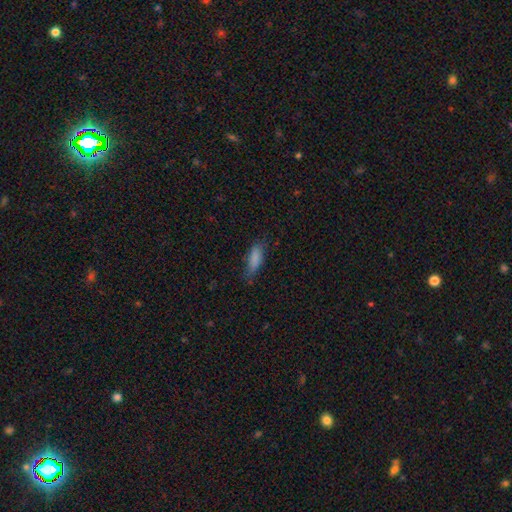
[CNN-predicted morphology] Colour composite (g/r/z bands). It shows a smooth galaxy with no disk features (64%) that is cigar-shaped (57%). Merging: none (71%).